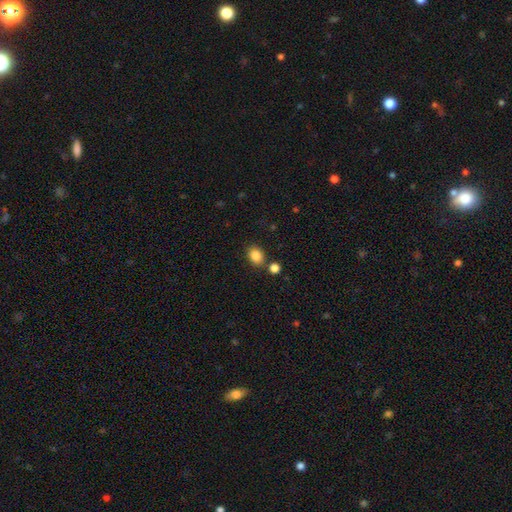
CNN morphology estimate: smooth-or-featured: smooth: 86% | star or artifact: 10% | featured or disk: 4%
  how-rounded: in between: 53% | round: 46% | cigar-shaped: 1%
  merging: none: 77% | merger: 10% | minor disturbance: 10% | major disturbance: 3%